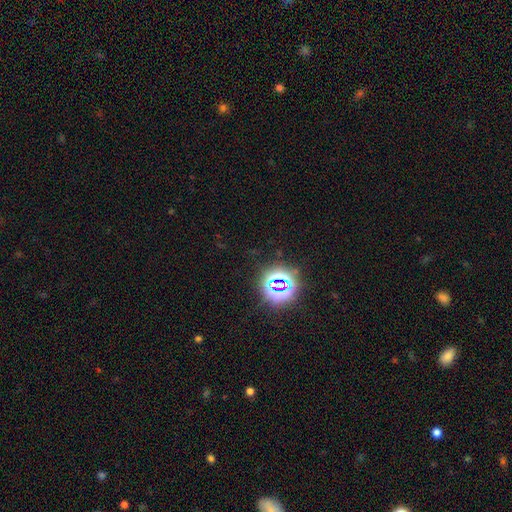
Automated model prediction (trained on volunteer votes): A star or artifact, not a galaxy (78%).

Vote fractions:
- Smooth or featured? star or artifact: 78% / smooth: 14% / featured or disk: 8%